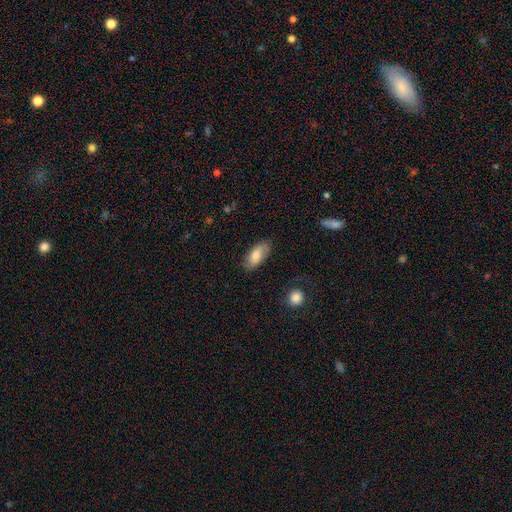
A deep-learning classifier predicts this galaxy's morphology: Q: Smooth or featured?
A: smooth (70%); runner-up: featured or disk (24%)
Q: How rounded?
A: in between (90%); runner-up: cigar-shaped (8%)
Q: Merging?
A: none (78%); runner-up: minor disturbance (17%)